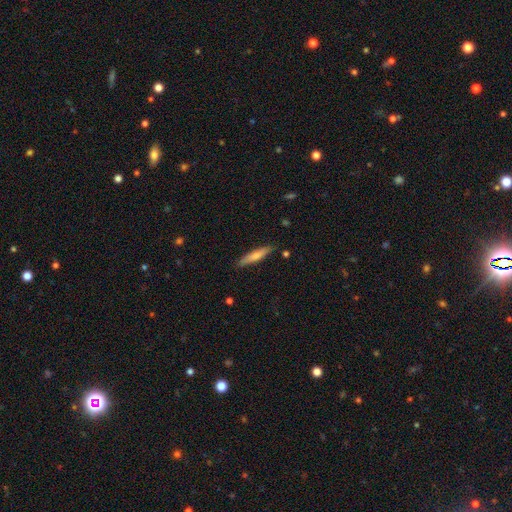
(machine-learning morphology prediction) smooth-or-featured: smooth: 66% | featured or disk: 28% | star or artifact: 6%
  how-rounded: cigar-shaped: 88% | in between: 10% | round: 1%
  merging: none: 86% | minor disturbance: 11% | major disturbance: 2% | merger: 2%